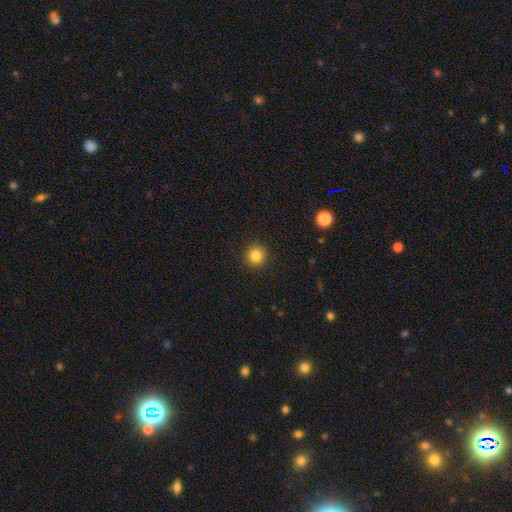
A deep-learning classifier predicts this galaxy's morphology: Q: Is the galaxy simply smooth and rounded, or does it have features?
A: smooth — 84%.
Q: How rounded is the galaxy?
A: round — 94%.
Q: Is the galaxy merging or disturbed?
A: none — 91%.